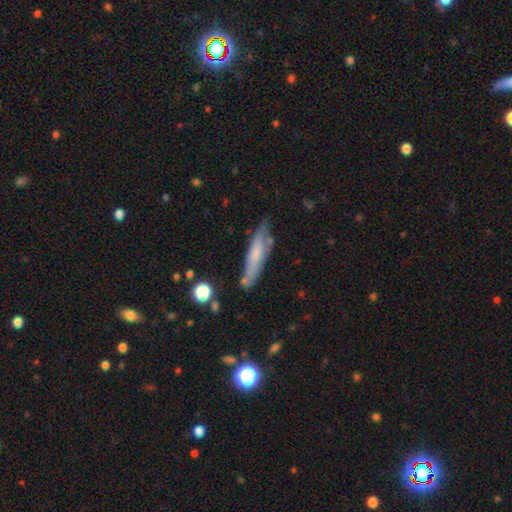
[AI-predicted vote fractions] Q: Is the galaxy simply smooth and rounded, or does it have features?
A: smooth — 59%.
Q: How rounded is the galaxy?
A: cigar-shaped — 75%.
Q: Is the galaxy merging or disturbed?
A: none — 63%.